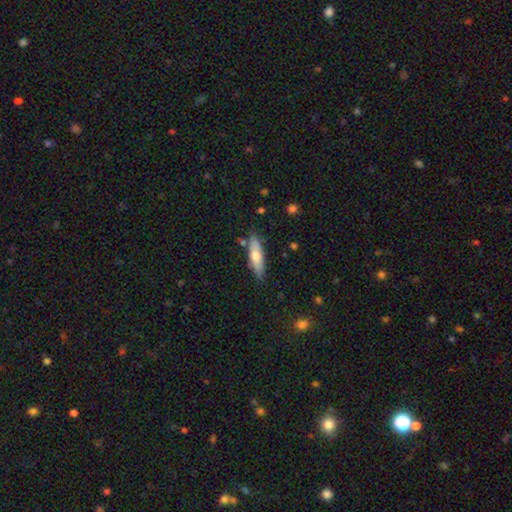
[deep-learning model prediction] A smooth galaxy with no disk features (64%) that is cigar-shaped (59%). Merging: none (81%).